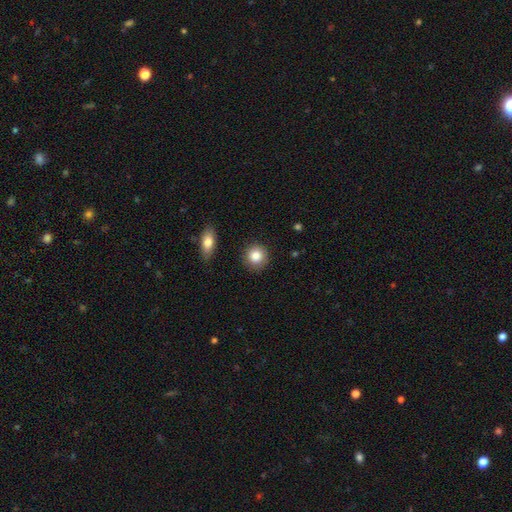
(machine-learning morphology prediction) smooth_or_featured: smooth (p=0.85) [alt: star or artifact p=0.08]
how_rounded: round (p=0.90) [alt: in between p=0.09]
merging: none (p=0.88) [alt: minor disturbance p=0.08]